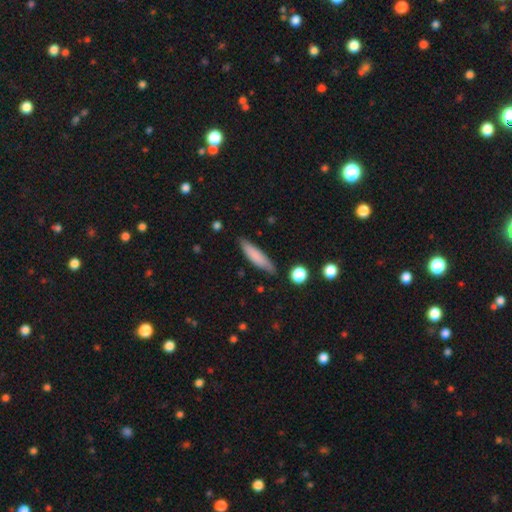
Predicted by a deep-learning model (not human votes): Morphology: type=smooth (79%); roundness=cigar-shaped (75%); merging=none (83%).